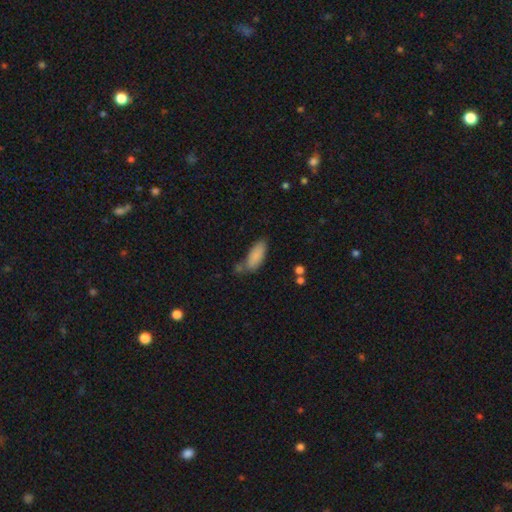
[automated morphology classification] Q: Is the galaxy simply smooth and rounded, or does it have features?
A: smooth — 86%.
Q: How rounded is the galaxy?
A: in between — 76%.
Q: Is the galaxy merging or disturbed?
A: none — 61%.